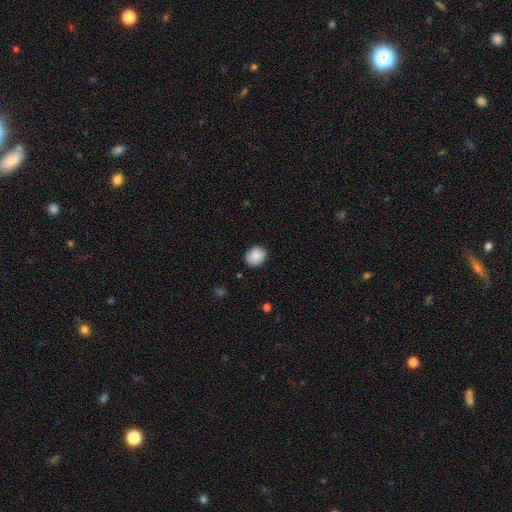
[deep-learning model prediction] Smooth or featured?
  - smooth: 88% *
  - star or artifact: 8%
  - featured or disk: 4%
How rounded?
  - round: 66% *
  - in between: 33%
  - cigar-shaped: 1%
Merging?
  - none: 84% *
  - minor disturbance: 13%
  - major disturbance: 2%
  - merger: 1%